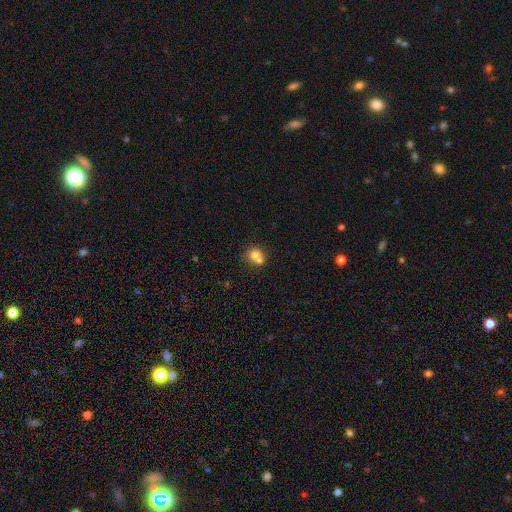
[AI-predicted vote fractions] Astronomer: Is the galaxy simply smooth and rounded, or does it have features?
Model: smooth — 70%.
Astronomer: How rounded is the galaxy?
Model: round — 79%.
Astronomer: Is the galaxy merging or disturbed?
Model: merger — 54% (runner-up: none, 36%).